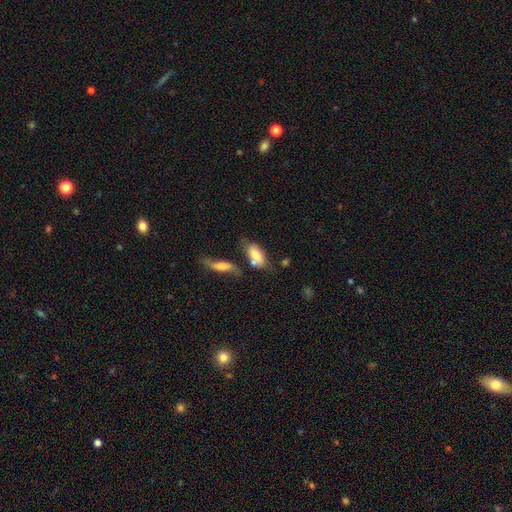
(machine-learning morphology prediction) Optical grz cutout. It shows a smooth galaxy with no disk features (74%) that is in between round and cigar-shaped (86%). Merging: none (42%).